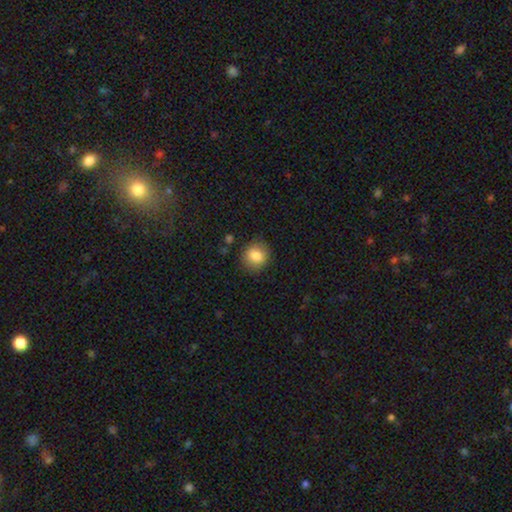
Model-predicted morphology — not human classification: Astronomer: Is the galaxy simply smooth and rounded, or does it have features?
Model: smooth — 83%.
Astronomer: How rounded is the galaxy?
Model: round — 82%.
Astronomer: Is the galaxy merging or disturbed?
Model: none — 86%.